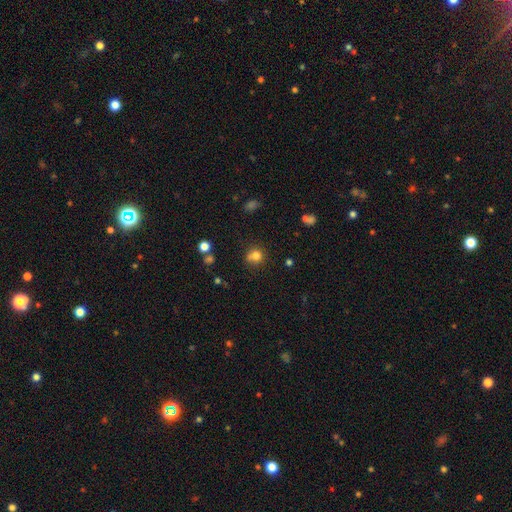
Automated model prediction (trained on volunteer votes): A smooth galaxy with no disk features (77%) that is round (82%). Merging: none (60%).